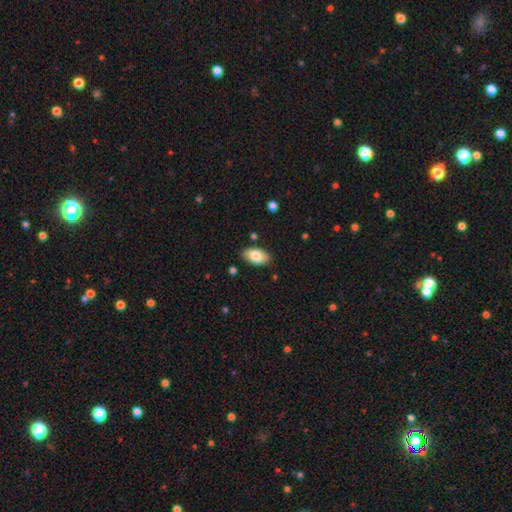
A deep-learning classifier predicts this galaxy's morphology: smooth 81%, featured or disk 12%, star or artifact 7%. Down the decision tree: how rounded — in between (94%); merging — none (86%).